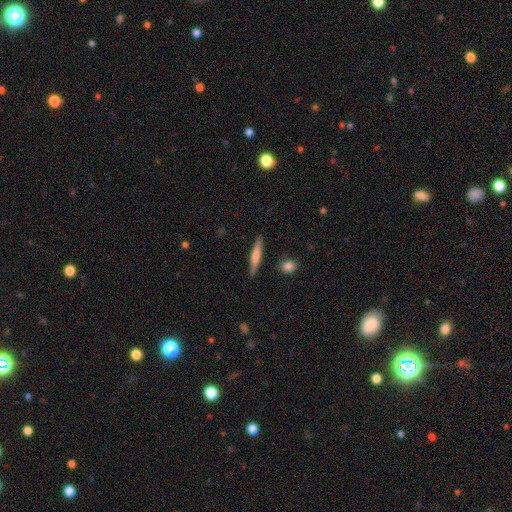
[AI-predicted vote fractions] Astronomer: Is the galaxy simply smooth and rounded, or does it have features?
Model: smooth — 62%.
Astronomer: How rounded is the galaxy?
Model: cigar-shaped — 92%.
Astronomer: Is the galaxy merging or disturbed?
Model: none — 86%.